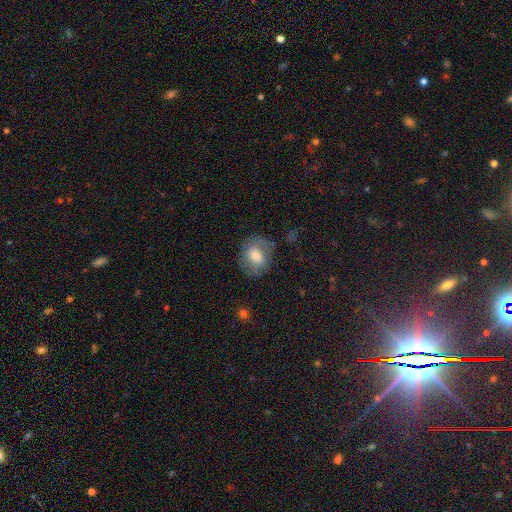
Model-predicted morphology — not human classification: smooth_or_featured: smooth (p=0.63) [alt: featured or disk p=0.28]
how_rounded: round (p=0.51) [alt: in between p=0.47]
merging: none (p=0.73) [alt: minor disturbance p=0.18]